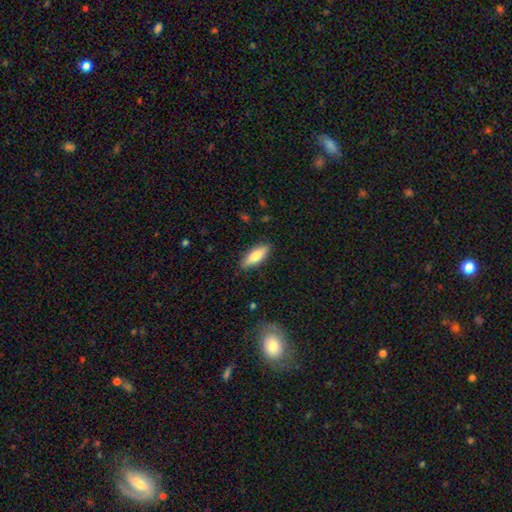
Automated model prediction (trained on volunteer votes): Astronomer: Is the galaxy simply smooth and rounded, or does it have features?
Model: smooth — 76%.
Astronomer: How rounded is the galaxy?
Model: in between — 67%.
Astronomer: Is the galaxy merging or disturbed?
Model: none — 86%.